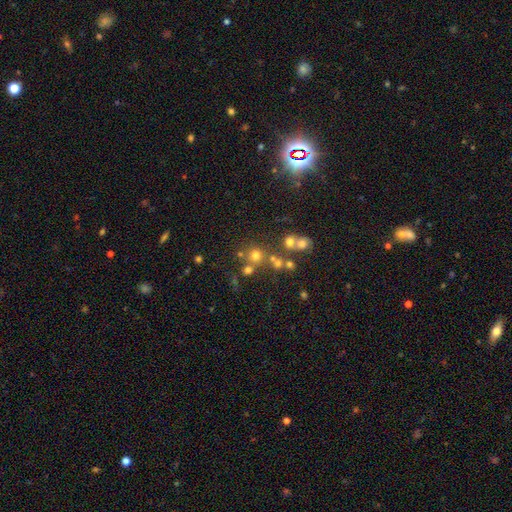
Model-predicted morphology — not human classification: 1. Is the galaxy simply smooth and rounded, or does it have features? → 64% smooth, 22% star or artifact, 13% featured or disk.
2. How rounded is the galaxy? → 90% round, 9% in between, 1% cigar-shaped.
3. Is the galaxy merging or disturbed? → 64% none, 22% merger, 9% minor disturbance, 5% major disturbance.